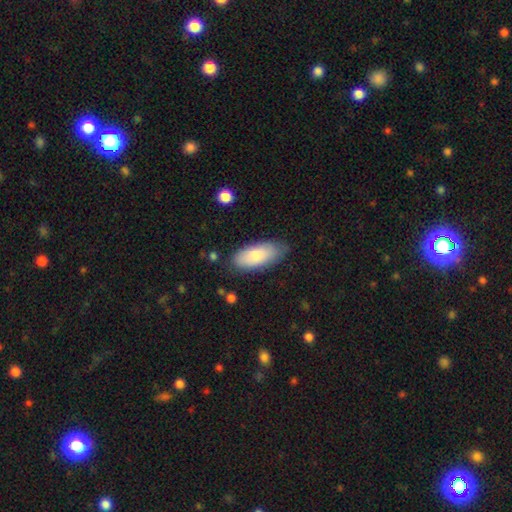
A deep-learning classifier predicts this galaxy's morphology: This is clearly a smooth galaxy (81%). How rounded: clearly in between (86%). Merging: likely none (77%).